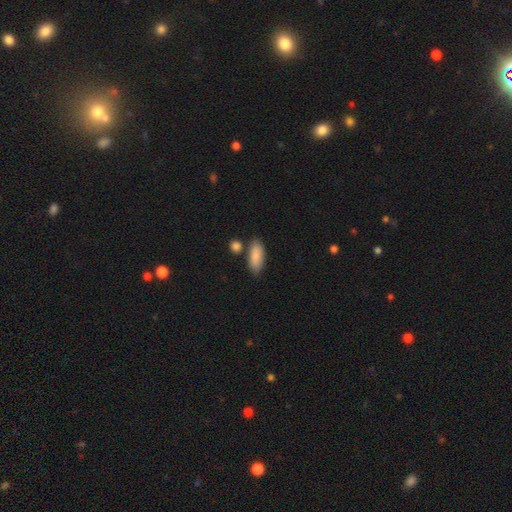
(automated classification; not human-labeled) This is clearly a smooth galaxy (87%). How rounded: clearly in between (82%). Merging: likely none (75%).